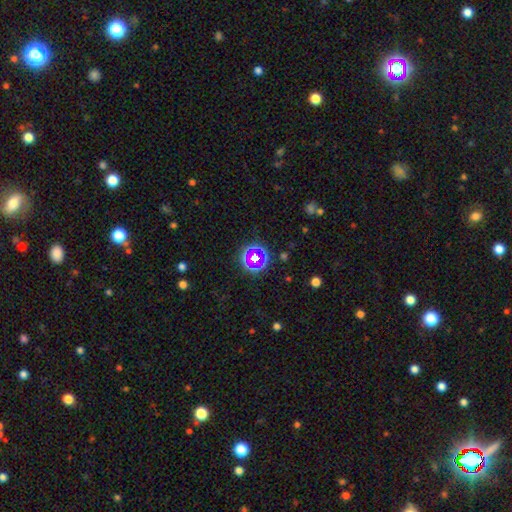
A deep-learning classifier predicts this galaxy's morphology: A smooth galaxy with no disk features (41%, tied with star or artifact).

Vote fractions:
- Smooth or featured? smooth: 41% (tied) / star or artifact: 41% (tied) / featured or disk: 18%
- Merging? none: 78% / minor disturbance: 12% / major disturbance: 7% / merger: 3%